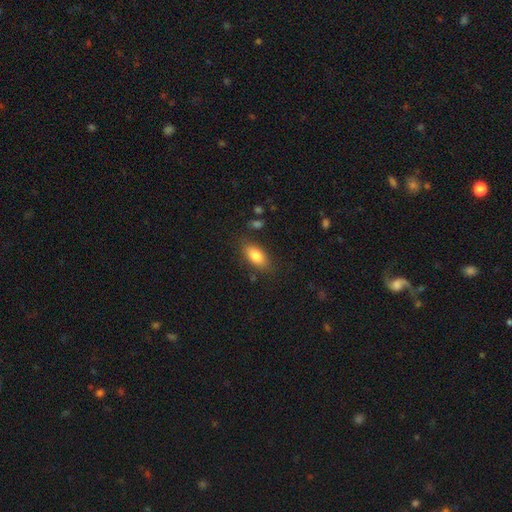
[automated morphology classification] This appears to be a smooth galaxy with no disk features (82%) that is in between round and cigar-shaped (86%). Merging: none (80%).